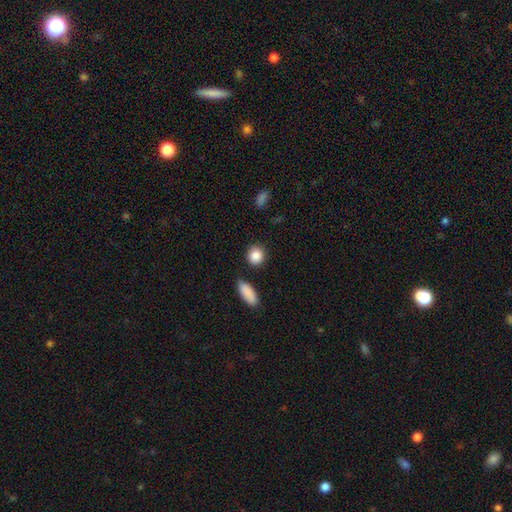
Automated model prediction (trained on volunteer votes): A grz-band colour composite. It shows a smooth galaxy with no disk features (88%) that is round (81%). Merging: none (84%).